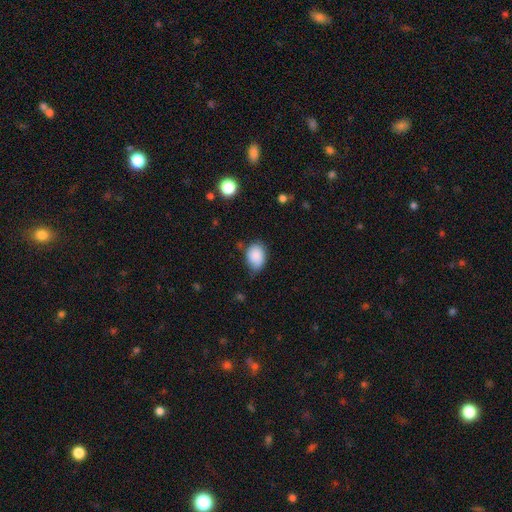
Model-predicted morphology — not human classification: type=smooth (87%); roundness=in between (76%); merging=none (63%).